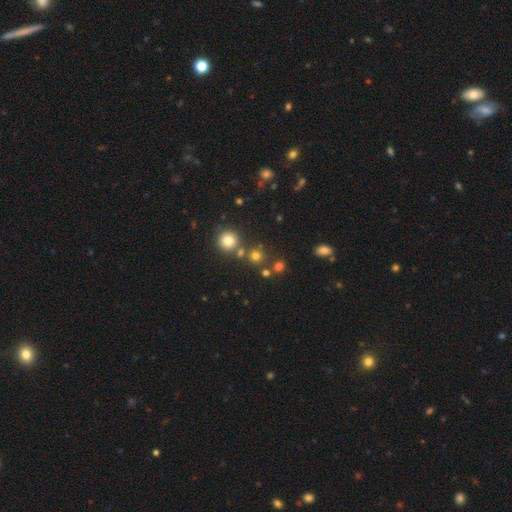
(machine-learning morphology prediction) A smooth galaxy with no disk features (71%) that is round (90%).

Vote fractions:
- Smooth or featured? smooth: 71% / star or artifact: 20% / featured or disk: 8%
- How rounded? round: 90% / in between: 9% / cigar-shaped: 1%
- Merging? none: 71% / merger: 18% / minor disturbance: 7% / major disturbance: 3%